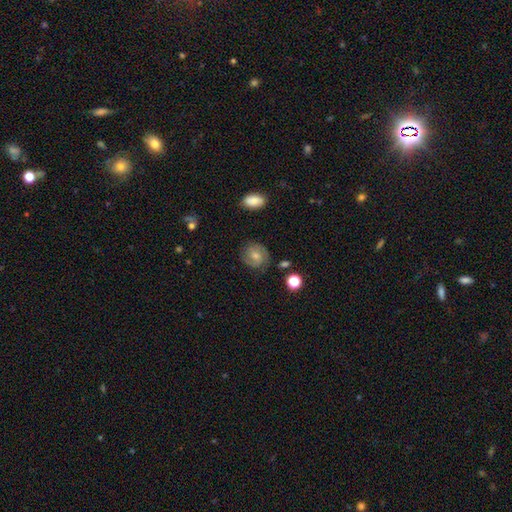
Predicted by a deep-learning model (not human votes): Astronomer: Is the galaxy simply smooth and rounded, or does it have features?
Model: featured or disk — 55% (runner-up: smooth, 35%).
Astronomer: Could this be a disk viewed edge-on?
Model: no — 97%.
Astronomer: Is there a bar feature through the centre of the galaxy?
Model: no — 45% (runner-up: weak, 44%).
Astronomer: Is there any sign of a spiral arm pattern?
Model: yes — 87%.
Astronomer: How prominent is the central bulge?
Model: moderate — 46% (runner-up: small, 44%).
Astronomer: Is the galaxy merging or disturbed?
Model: none — 77%.